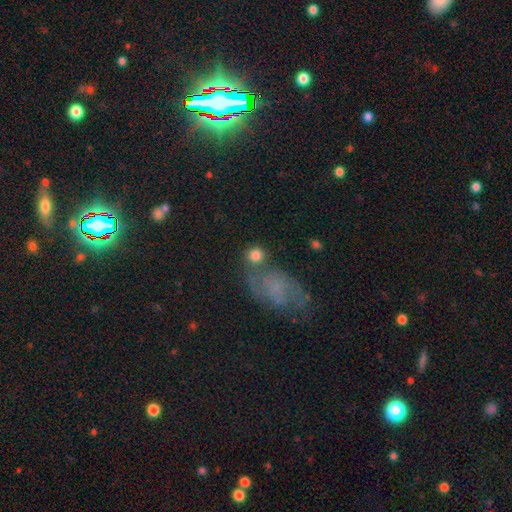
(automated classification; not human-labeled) Q: Smooth or featured?
A: smooth (80%); runner-up: featured or disk (11%)
Q: How rounded?
A: round (87%); runner-up: in between (11%)
Q: Merging?
A: none (64%); runner-up: merger (18%)